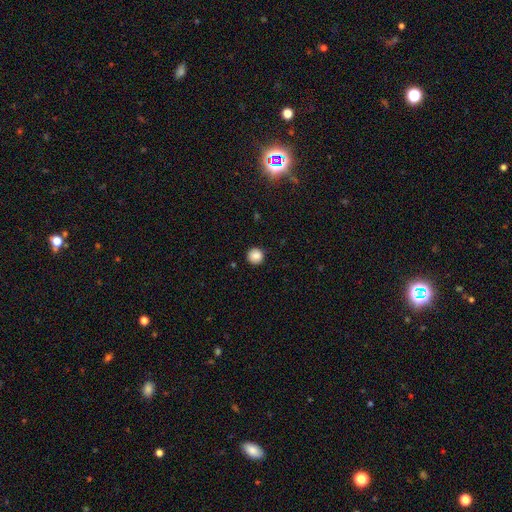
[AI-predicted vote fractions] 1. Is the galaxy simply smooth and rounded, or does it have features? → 87% smooth, 10% star or artifact, 3% featured or disk.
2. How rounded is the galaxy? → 96% round, 4% in between, 1% cigar-shaped.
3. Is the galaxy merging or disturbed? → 91% none, 6% minor disturbance, 2% major disturbance, 1% merger.